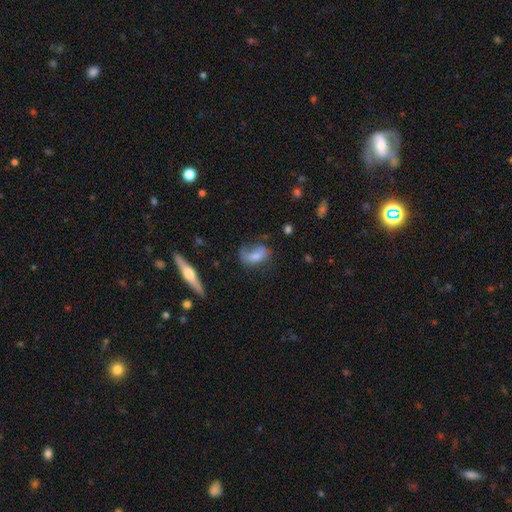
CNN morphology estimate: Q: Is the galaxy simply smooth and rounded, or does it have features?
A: smooth — 62%.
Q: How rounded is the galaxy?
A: in between — 84%.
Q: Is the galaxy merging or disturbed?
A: none — 38%.